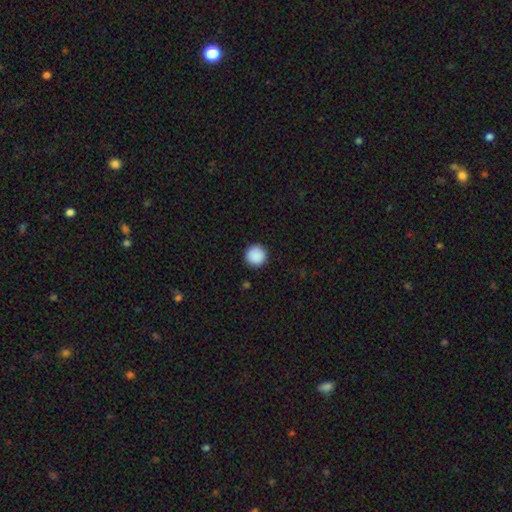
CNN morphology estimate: Smooth or featured? Predicted: smooth (p=0.89). How rounded? Predicted: round (p=0.96). Merging? Predicted: none (p=0.92).